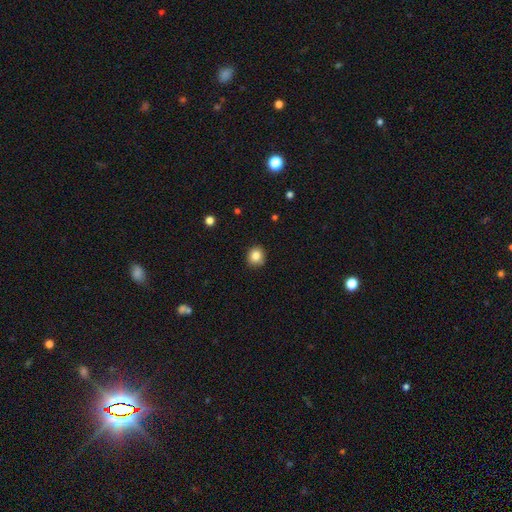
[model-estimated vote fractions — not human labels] Smooth or featured?
  - smooth: 84% *
  - star or artifact: 10%
  - featured or disk: 6%
How rounded?
  - round: 82% *
  - in between: 17%
  - cigar-shaped: 1%
Merging?
  - none: 87% *
  - minor disturbance: 10%
  - major disturbance: 2%
  - merger: 1%